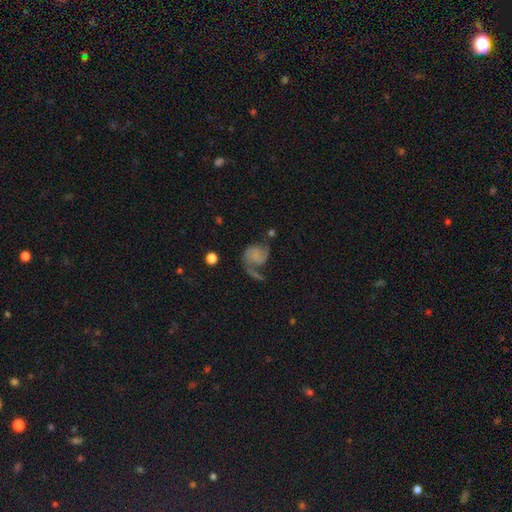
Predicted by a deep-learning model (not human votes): This is likely a featured or disk galaxy (73%). It is clearly not viewed edge-on (98%). Bar: likely no (68%). Spiral arm pattern: clearly yes (93%). Spiral arm count: likely 2 (75%). Spiral winding: marginally loose (44%). Central bulge: likely none (65%). Merging: possibly none (47%).